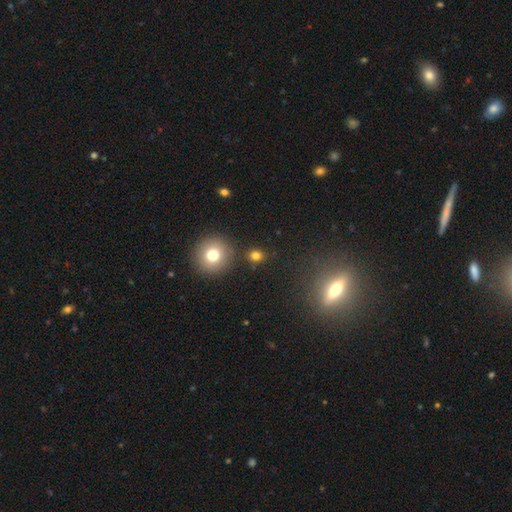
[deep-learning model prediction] This appears to be a smooth galaxy with no disk features (77%) that is round (85%). Merging: none (84%).